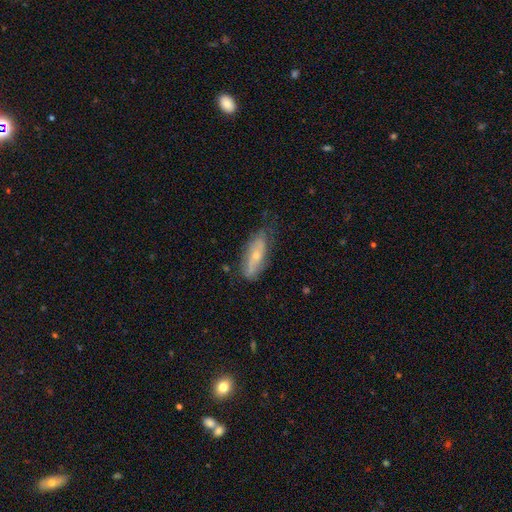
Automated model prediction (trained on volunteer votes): This is possibly a featured or disk galaxy (49%). Merging: likely none (64%).